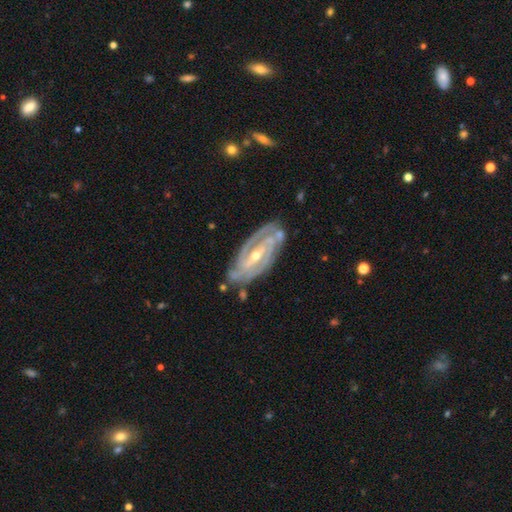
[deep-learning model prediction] The model was most divided on "bulge size": small: 52%, moderate: 46%, large: 1%, none: 1%, dominant: 1%. Remaining: spiral arms — yes (98%); edge-on disk — no (94%); smooth or featured — featured or disk (92%); merging — none (75%); spiral winding — tight (65%); spiral arm count — 2 (53%); bar — strong (44%).